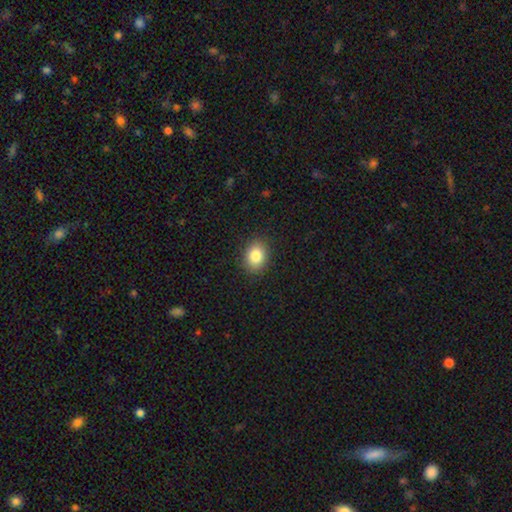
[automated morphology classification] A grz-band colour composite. It shows a smooth galaxy with no disk features (83%) that is in between round and cigar-shaped (59%). Merging: none (88%).